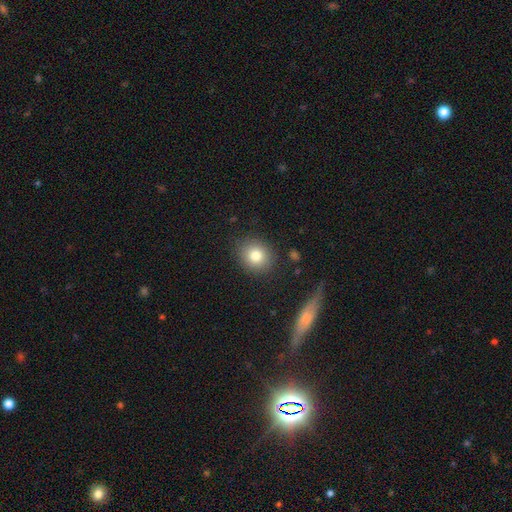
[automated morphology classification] The model was most divided on "how rounded": round: 78%, in between: 21%, cigar-shaped: 1%. More confident: merging — none (86%); smooth or featured — smooth (80%).